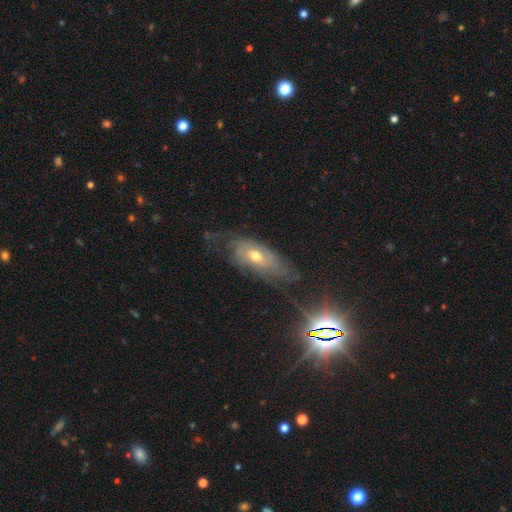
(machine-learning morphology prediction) smooth-or-featured: featured or disk: 61% | smooth: 24% | star or artifact: 15%
  disk-edge-on: no: 84% | yes: 16%
    bar: no: 70% | weak: 23% | strong: 6%
    has-spiral-arms: yes: 72% | no: 28%
    bulge-size: moderate: 69% | small: 24% | large: 4% | none: 1% | dominant: 1%
  merging: none: 54% | minor disturbance: 27% | major disturbance: 17% | merger: 2%